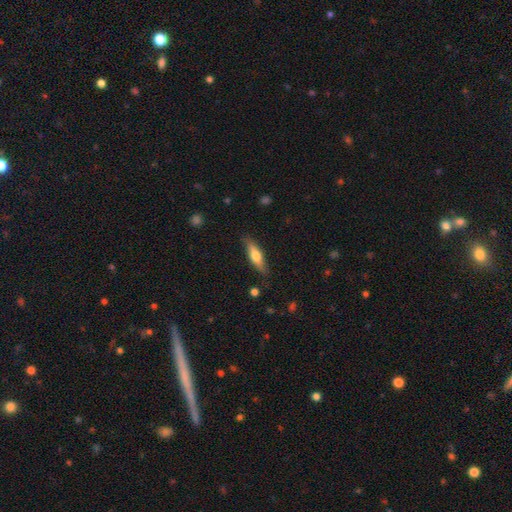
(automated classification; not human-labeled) Smooth or featured?
  - smooth: 62% *
  - featured or disk: 32%
  - star or artifact: 6%
How rounded?
  - cigar-shaped: 59% *
  - in between: 38%
  - round: 2%
Merging?
  - none: 81% *
  - minor disturbance: 15%
  - major disturbance: 3%
  - merger: 1%